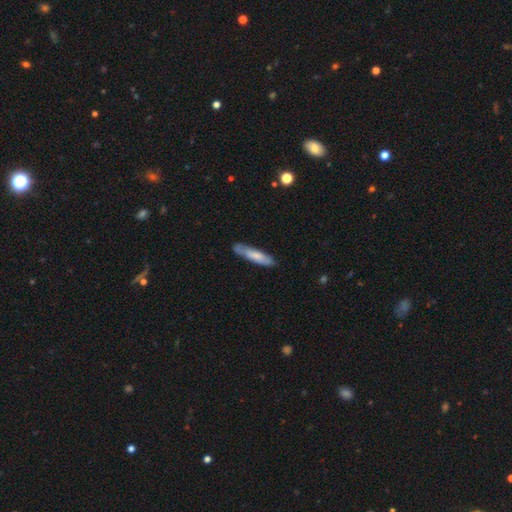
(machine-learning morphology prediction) The model was most divided on "smooth or featured": smooth: 68%, featured or disk: 27%, star or artifact: 5%. More confident: how rounded — cigar-shaped (80%); merging — none (72%).